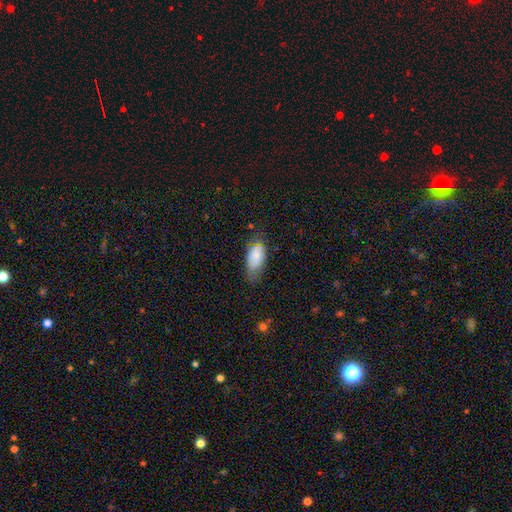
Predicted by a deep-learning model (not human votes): Smooth or featured? smooth (81%)
How rounded? in between (90%)
Merging? none (60%)